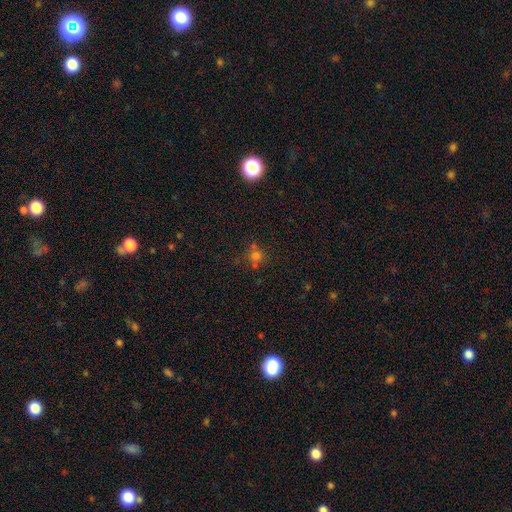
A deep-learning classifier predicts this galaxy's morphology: Smooth or featured? Predicted: smooth (p=0.62). How rounded? Predicted: round (p=0.88). Merging? Predicted: none (p=0.64).